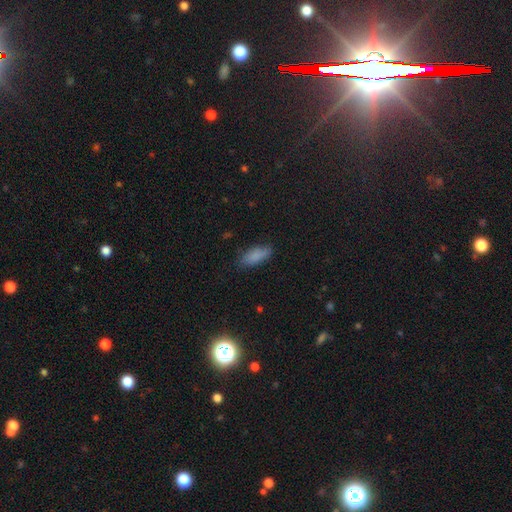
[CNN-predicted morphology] Smooth or featured?
  - smooth: 84% *
  - star or artifact: 8%
  - featured or disk: 7%
How rounded?
  - in between: 76% *
  - cigar-shaped: 22%
  - round: 2%
Merging?
  - none: 79% *
  - minor disturbance: 16%
  - major disturbance: 4%
  - merger: 1%